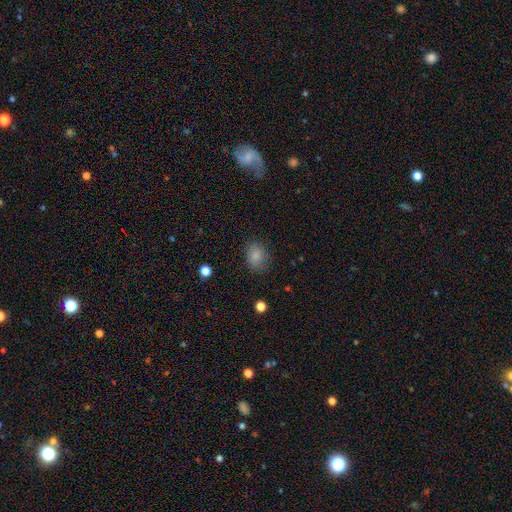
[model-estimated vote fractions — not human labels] The model was most divided on "how rounded": in between: 57%, round: 42%, cigar-shaped: 1%. More confident: smooth or featured — smooth (84%); merging — none (80%).